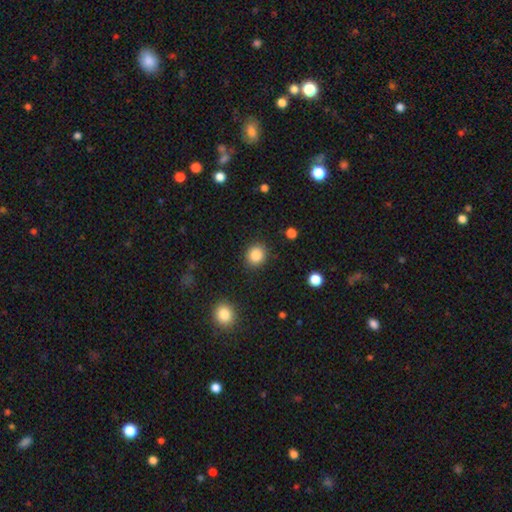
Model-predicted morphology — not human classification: smooth_or_featured: smooth (p=0.86) [alt: star or artifact p=0.10]
how_rounded: round (p=0.82) [alt: in between p=0.17]
merging: none (p=0.90) [alt: minor disturbance p=0.06]